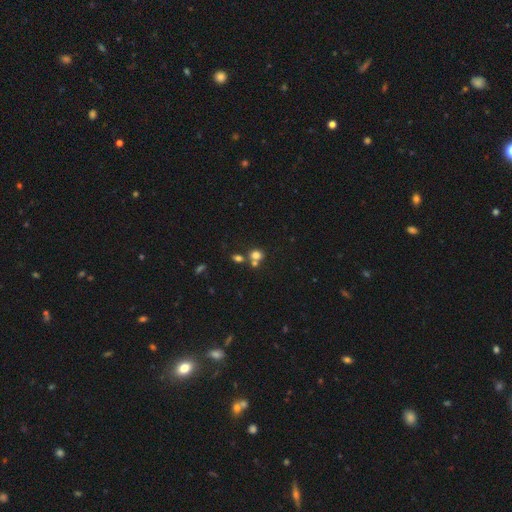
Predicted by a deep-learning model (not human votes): Smooth or featured? smooth (74%)
How rounded? round (73%)
Merging? none (48%)